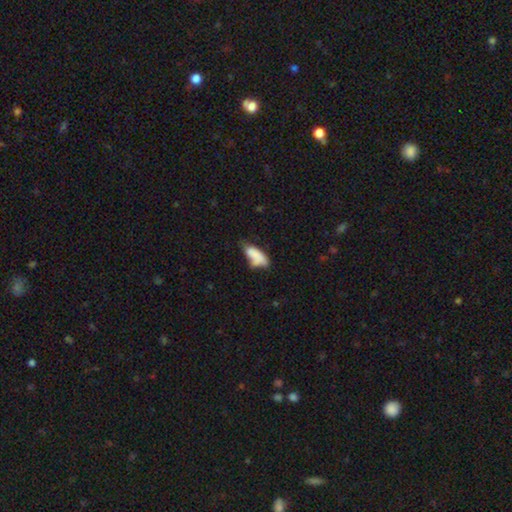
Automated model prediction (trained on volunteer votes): This is likely a smooth galaxy (79%). How rounded: likely in between (76%). Merging: marginally none (38%).